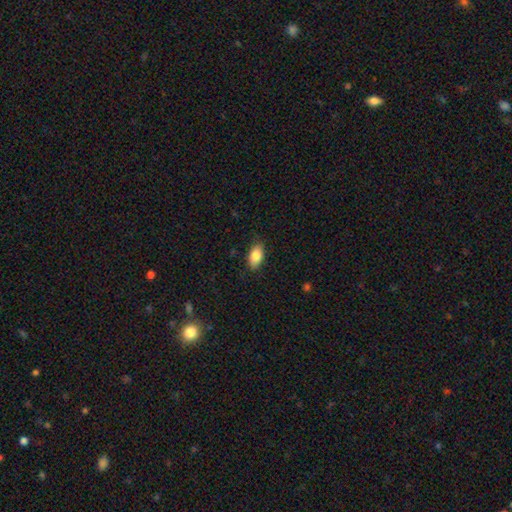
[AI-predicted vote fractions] Smooth or featured: smooth — 85% (featured or disk — 8%)
How rounded: in between — 92% (round — 4%)
Merging: none — 85% (minor disturbance — 11%)